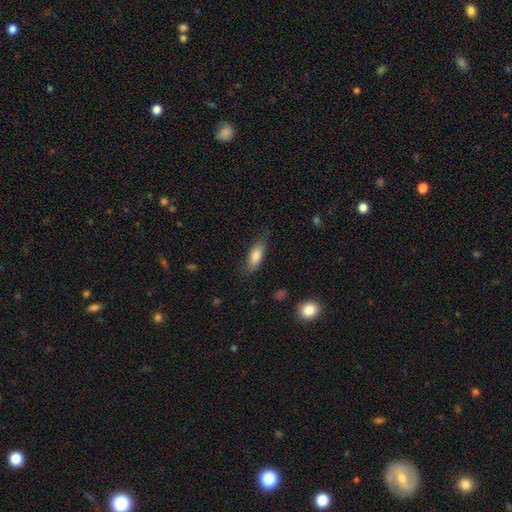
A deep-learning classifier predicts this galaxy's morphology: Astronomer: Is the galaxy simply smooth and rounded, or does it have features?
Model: smooth — 82%.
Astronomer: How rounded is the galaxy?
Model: in between — 74%.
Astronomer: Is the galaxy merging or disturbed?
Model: none — 77%.